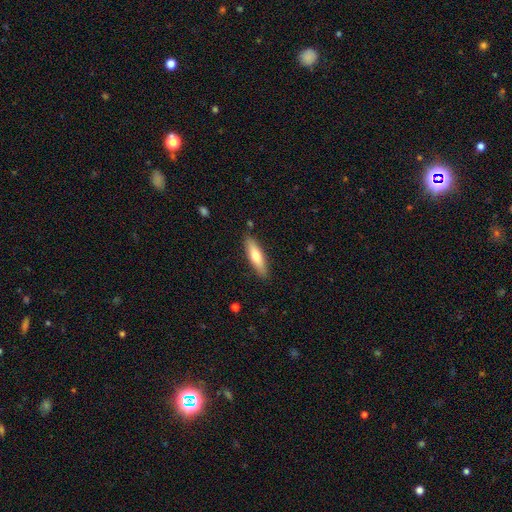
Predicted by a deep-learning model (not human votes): Smooth or featured: smooth — 68% (featured or disk — 27%)
How rounded: cigar-shaped — 64% (in between — 34%)
Merging: none — 87% (minor disturbance — 10%)